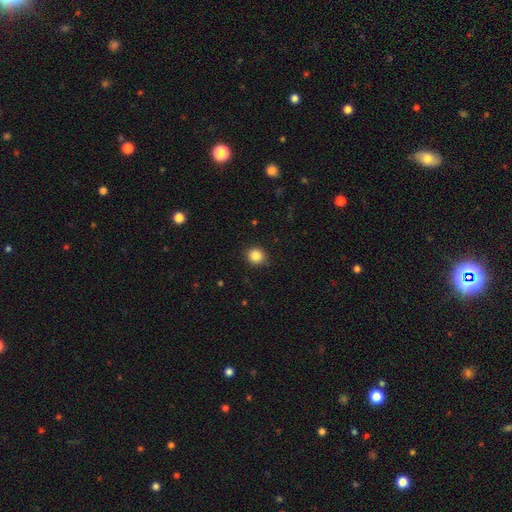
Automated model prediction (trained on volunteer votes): Q: Smooth or featured?
A: smooth (85%); runner-up: star or artifact (10%)
Q: How rounded?
A: round (83%); runner-up: in between (16%)
Q: Merging?
A: none (86%); runner-up: minor disturbance (11%)